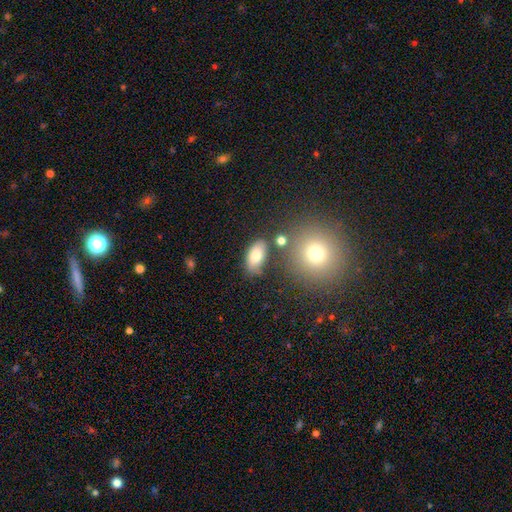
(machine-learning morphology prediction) Overall: smooth (78%). How rounded: in between (90%). Merging: none (74%).